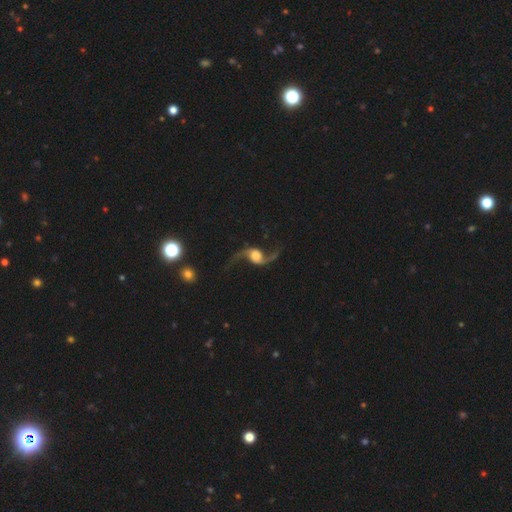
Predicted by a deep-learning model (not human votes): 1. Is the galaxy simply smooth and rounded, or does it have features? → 89% featured or disk, 6% smooth, 5% star or artifact.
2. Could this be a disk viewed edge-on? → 95% no, 5% yes.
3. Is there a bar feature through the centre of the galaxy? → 60% no, 28% weak, 12% strong.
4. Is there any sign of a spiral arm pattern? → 97% yes, 3% no.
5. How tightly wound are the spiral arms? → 91% loose, 7% medium, 2% tight.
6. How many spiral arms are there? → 94% 2, 2% 1, 1% can't tell, 1% 3, 1% 4, 1% more than 4.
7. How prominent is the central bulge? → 42% large, 23% dominant, 14% moderate, 13% none, 8% small.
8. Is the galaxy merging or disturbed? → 76% none, 12% minor disturbance, 10% major disturbance, 3% merger.